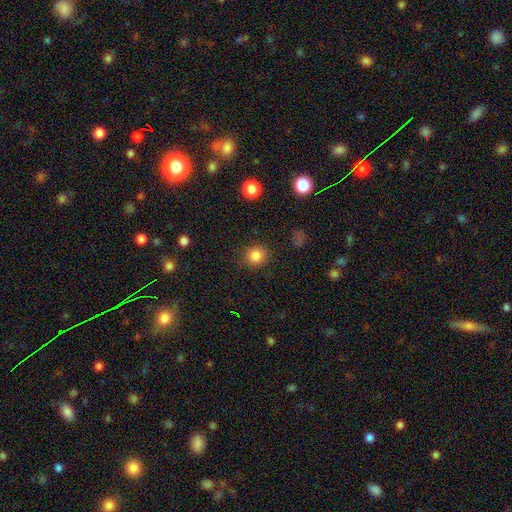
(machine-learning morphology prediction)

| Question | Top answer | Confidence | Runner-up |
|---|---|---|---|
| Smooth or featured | smooth | 84% | star or artifact (12%) |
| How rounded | round | 91% | in between (9%) |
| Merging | none | 88% | minor disturbance (7%) |